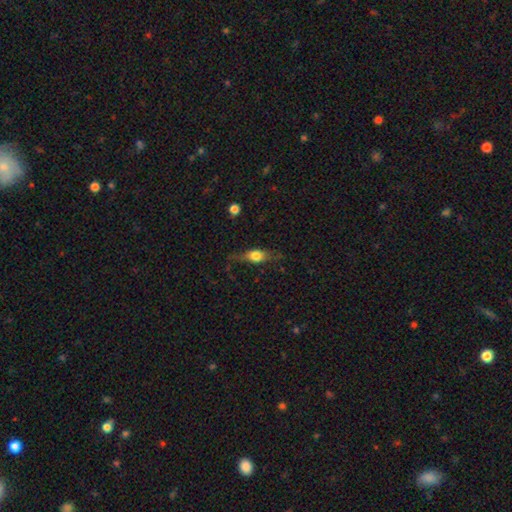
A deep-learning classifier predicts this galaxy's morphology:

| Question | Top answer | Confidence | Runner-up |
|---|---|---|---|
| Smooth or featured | smooth | 54% | featured or disk (37%) |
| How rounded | in between | 59% | cigar-shaped (26%) |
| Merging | none | 65% | minor disturbance (24%) |